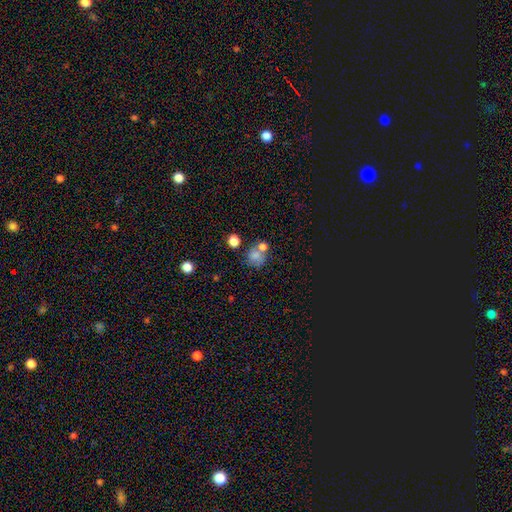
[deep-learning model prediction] Smooth or featured? smooth (72%)
How rounded? round (72%)
Merging? none (41%)